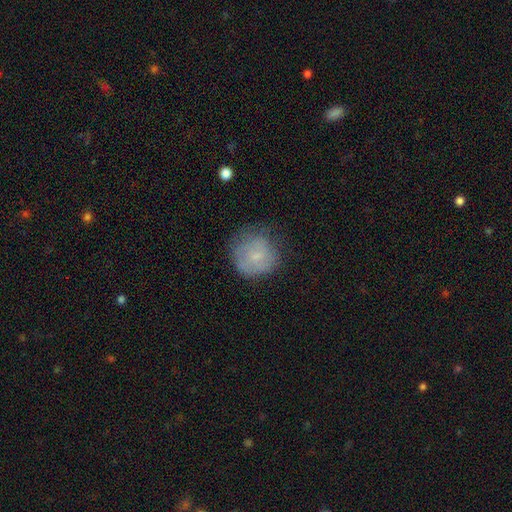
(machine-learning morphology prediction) A smooth galaxy with no disk features (63%) that is round (89%). Merging: none (60%).